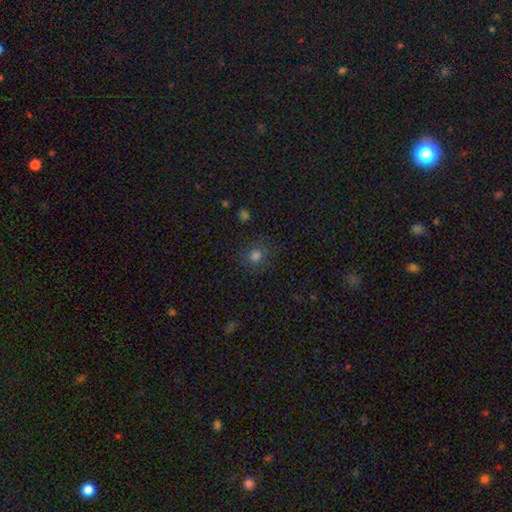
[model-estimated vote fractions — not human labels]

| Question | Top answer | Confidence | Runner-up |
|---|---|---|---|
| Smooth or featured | smooth | 76% | star or artifact (18%) |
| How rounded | round | 81% | in between (18%) |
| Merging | none | 82% | minor disturbance (12%) |